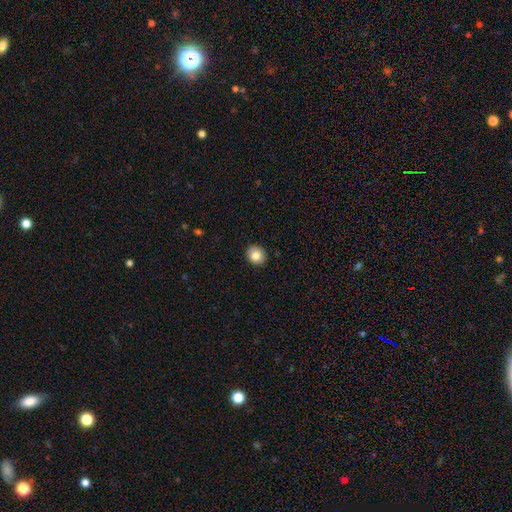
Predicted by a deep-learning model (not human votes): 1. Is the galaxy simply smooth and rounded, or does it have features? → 82% smooth, 9% featured or disk, 9% star or artifact.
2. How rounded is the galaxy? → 76% round, 23% in between, 1% cigar-shaped.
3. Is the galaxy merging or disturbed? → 91% none, 7% minor disturbance, 2% major disturbance, 1% merger.